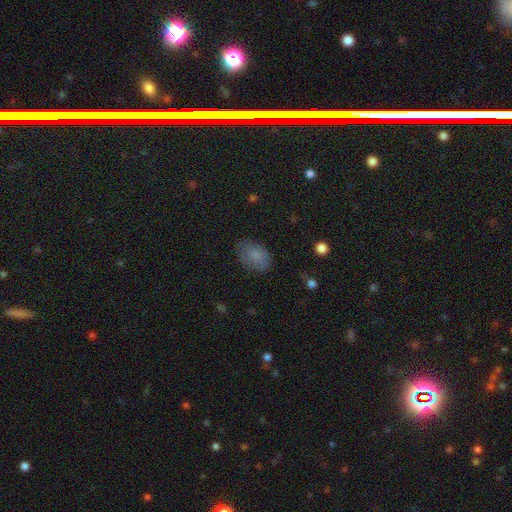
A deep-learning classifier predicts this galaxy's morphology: Smooth or featured? smooth (82%)
How rounded? in between (84%)
Merging? none (74%)